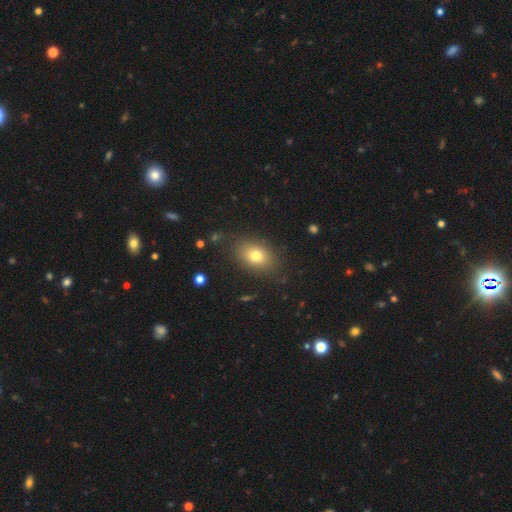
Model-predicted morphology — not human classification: Smooth or featured?
  - smooth: 77% *
  - featured or disk: 13%
  - star or artifact: 10%
How rounded?
  - in between: 78% *
  - round: 21%
  - cigar-shaped: 2%
Merging?
  - none: 82% *
  - minor disturbance: 12%
  - major disturbance: 4%
  - merger: 2%